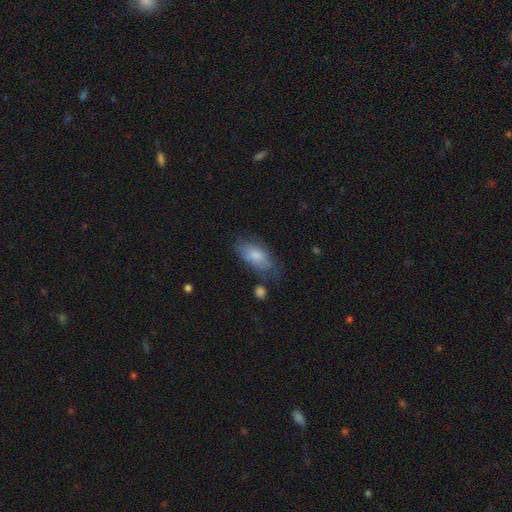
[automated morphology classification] smooth_or_featured: smooth (p=0.72) [alt: featured or disk p=0.21]
how_rounded: in between (p=0.91) [alt: cigar-shaped p=0.06]
merging: none (p=0.46) [alt: minor disturbance p=0.32]